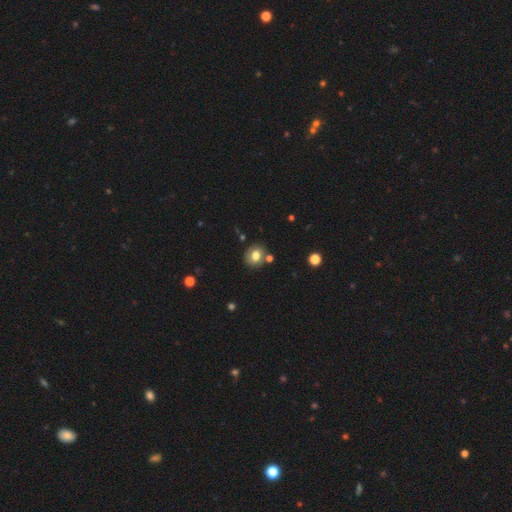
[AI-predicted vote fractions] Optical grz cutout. It shows a smooth galaxy with no disk features (75%) that is round (67%). Merging: none (75%).